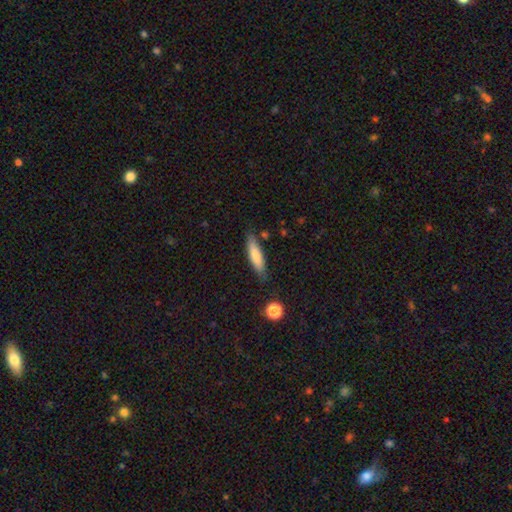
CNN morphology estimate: The model was most divided on "how rounded": cigar-shaped: 70%, in between: 28%, round: 2%. More confident: merging — none (79%); smooth or featured — smooth (76%).